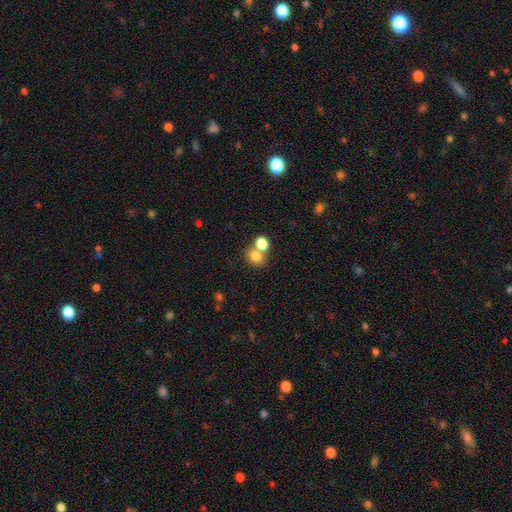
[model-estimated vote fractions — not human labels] This appears to be a smooth galaxy with no disk features (79%) that is round (67%). Merging: none (47%).